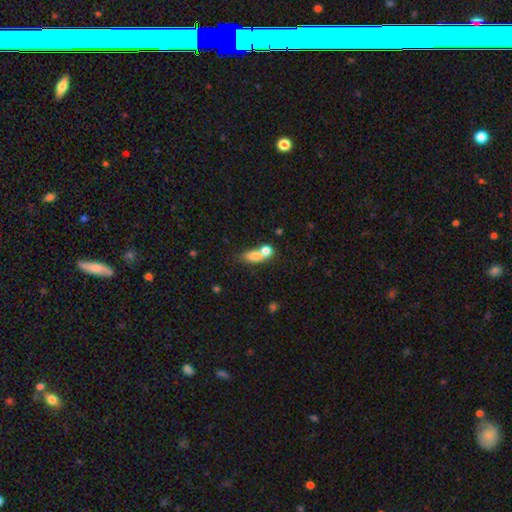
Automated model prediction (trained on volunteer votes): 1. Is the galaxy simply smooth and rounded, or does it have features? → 73% smooth, 17% featured or disk, 10% star or artifact.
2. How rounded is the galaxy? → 65% in between, 19% round, 16% cigar-shaped.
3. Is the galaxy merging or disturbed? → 58% merger, 27% none, 9% minor disturbance, 6% major disturbance.